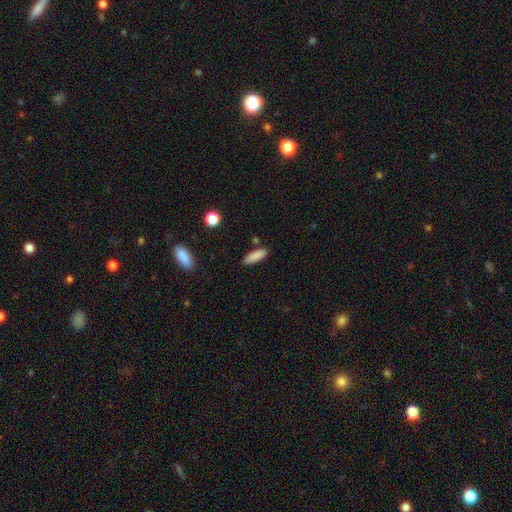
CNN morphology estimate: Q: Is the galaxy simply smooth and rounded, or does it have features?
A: smooth — 87%.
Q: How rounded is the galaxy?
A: in between — 49%, tied with cigar-shaped.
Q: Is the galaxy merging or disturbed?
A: none — 84%.